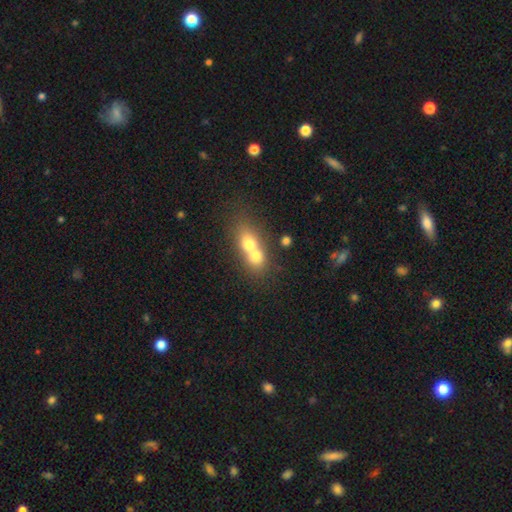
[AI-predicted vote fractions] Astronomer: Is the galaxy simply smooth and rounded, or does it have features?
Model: smooth — 66%.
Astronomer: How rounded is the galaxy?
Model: in between — 55% (runner-up: round, 38%).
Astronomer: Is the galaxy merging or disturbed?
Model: merger — 73%.